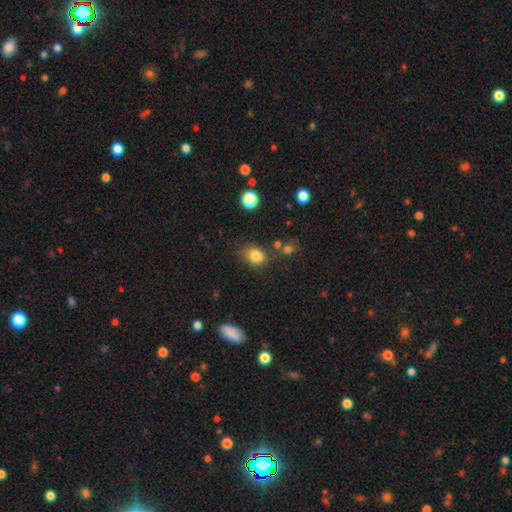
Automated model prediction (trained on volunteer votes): smooth-or-featured: smooth: 82% | star or artifact: 12% | featured or disk: 6%
  how-rounded: round: 51% | in between: 48% | cigar-shaped: 1%
  merging: none: 73% | minor disturbance: 16% | merger: 6% | major disturbance: 5%